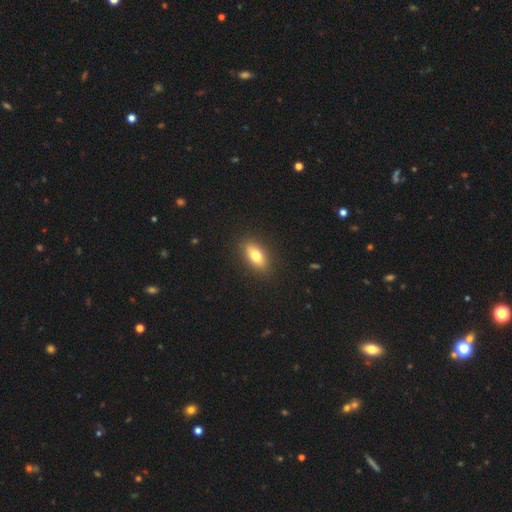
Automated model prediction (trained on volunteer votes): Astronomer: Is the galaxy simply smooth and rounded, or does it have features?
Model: smooth — 75%.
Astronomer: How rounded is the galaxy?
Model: in between — 82%.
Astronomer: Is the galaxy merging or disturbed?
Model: none — 88%.